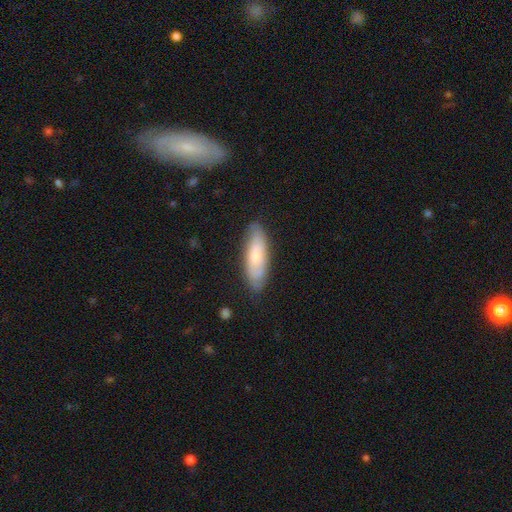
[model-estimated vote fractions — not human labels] This appears to be a smooth galaxy with no disk features (61%) that is cigar-shaped (57%). Merging: none (82%).